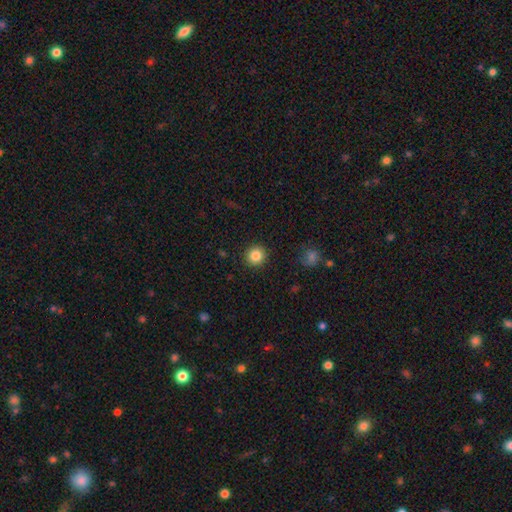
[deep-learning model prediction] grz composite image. It shows a smooth galaxy with no disk features (85%) that is round (93%). Merging: none (91%).